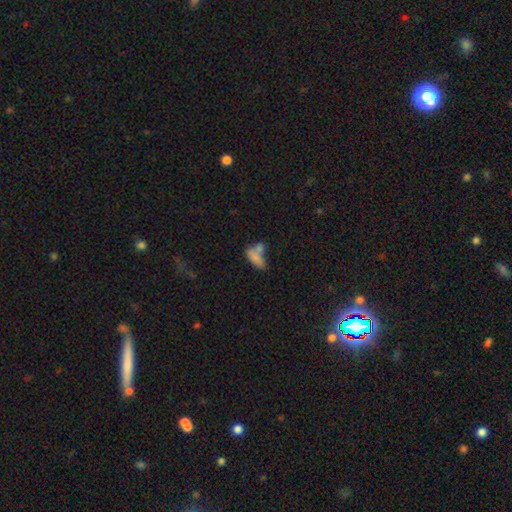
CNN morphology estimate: smooth_or_featured: smooth (p=0.69) [alt: featured or disk p=0.20]
how_rounded: in between (p=0.81) [alt: cigar-shaped p=0.12]
merging: merger (p=0.56) [alt: none p=0.24]